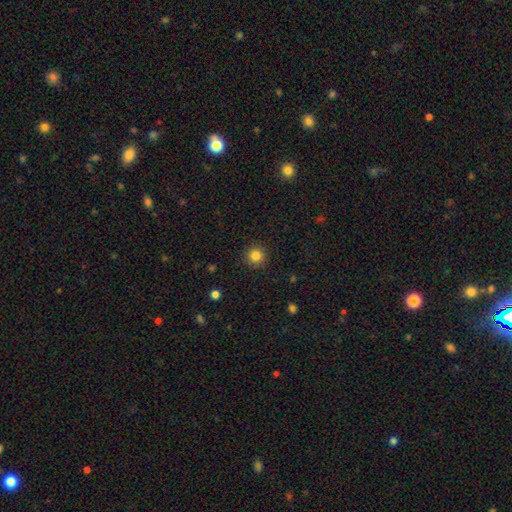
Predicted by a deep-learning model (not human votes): Q: Smooth or featured?
A: smooth (84%); runner-up: star or artifact (11%)
Q: How rounded?
A: round (95%); runner-up: in between (4%)
Q: Merging?
A: none (91%); runner-up: minor disturbance (6%)